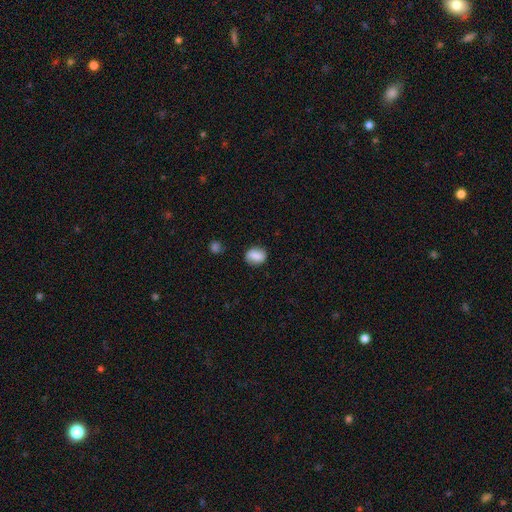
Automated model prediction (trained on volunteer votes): Overall: smooth (78%). How rounded: in between (57%; round 41%). Merging: none (80%).